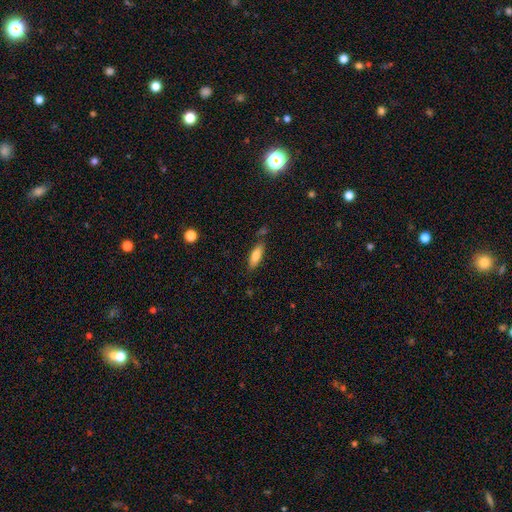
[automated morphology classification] smooth 77%, featured or disk 17%, star or artifact 7%. Down the decision tree: how rounded — in between (56%); merging — none (76%).